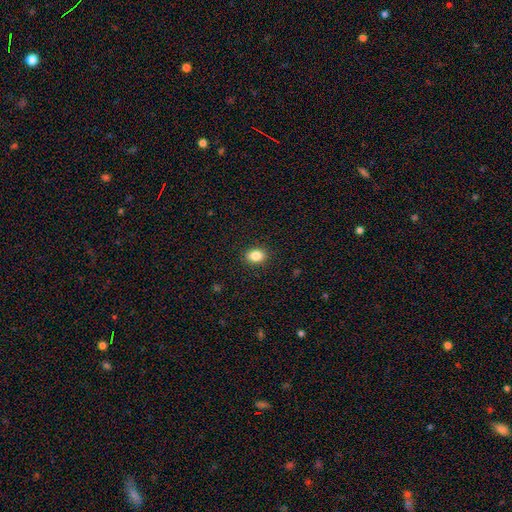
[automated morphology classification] Smooth or featured? smooth (85%)
How rounded? in between (72%)
Merging? none (90%)